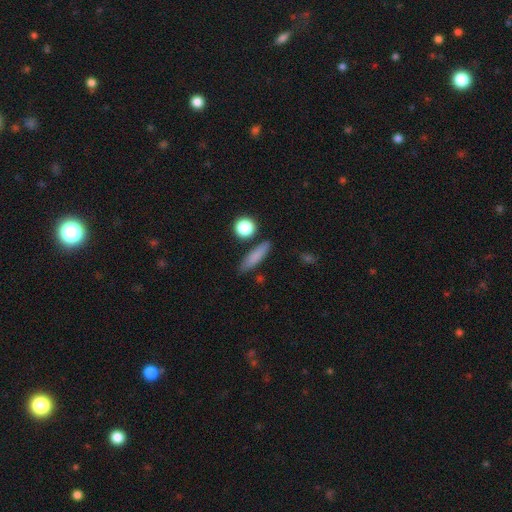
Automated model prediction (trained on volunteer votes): This appears to be a smooth galaxy with no disk features (80%) that is cigar-shaped (71%). Merging: none (82%).